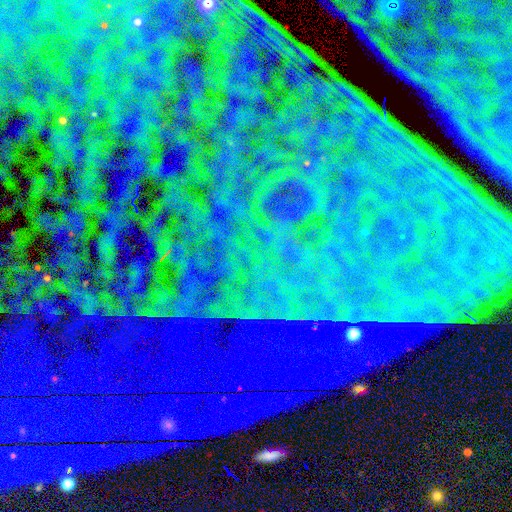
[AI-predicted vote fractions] star or artifact 88%, featured or disk 7%, smooth 6%.